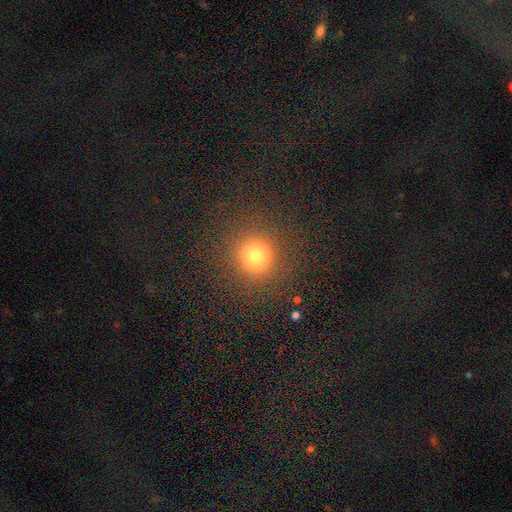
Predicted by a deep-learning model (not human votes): Q: Smooth or featured?
A: smooth (75%); runner-up: star or artifact (17%)
Q: How rounded?
A: round (93%); runner-up: in between (6%)
Q: Merging?
A: none (89%); runner-up: minor disturbance (6%)